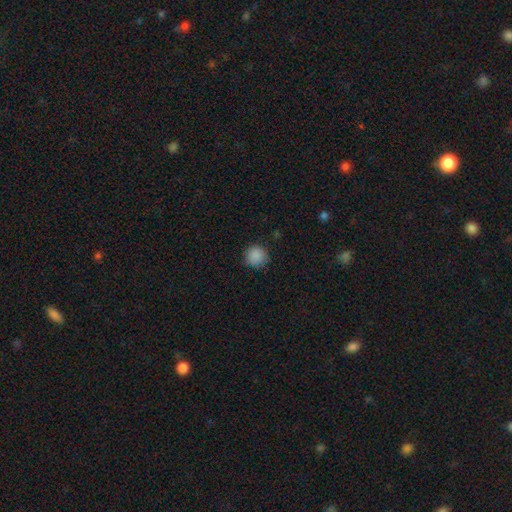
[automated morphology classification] Smooth or featured: smooth — 87% (star or artifact — 10%)
How rounded: round — 92% (in between — 7%)
Merging: none — 84% (minor disturbance — 12%)